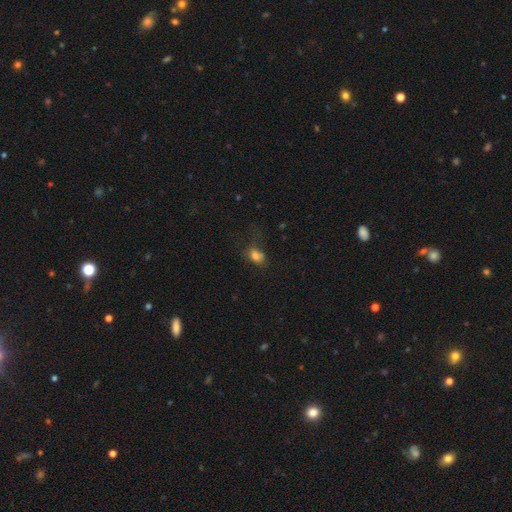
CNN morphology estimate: Smooth or featured?
  - smooth: 78% *
  - star or artifact: 12%
  - featured or disk: 9%
How rounded?
  - in between: 64% *
  - round: 34%
  - cigar-shaped: 2%
Merging?
  - none: 48% *
  - minor disturbance: 27%
  - major disturbance: 20%
  - merger: 5%